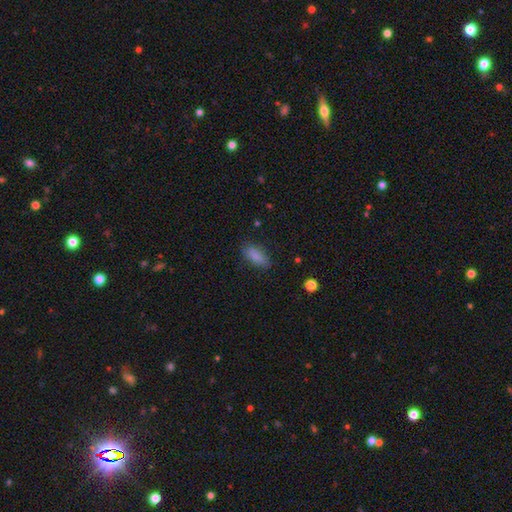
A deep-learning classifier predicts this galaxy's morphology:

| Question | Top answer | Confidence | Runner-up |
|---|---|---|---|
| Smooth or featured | smooth | 86% | star or artifact (8%) |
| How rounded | in between | 80% | cigar-shaped (18%) |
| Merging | none | 82% | minor disturbance (13%) |